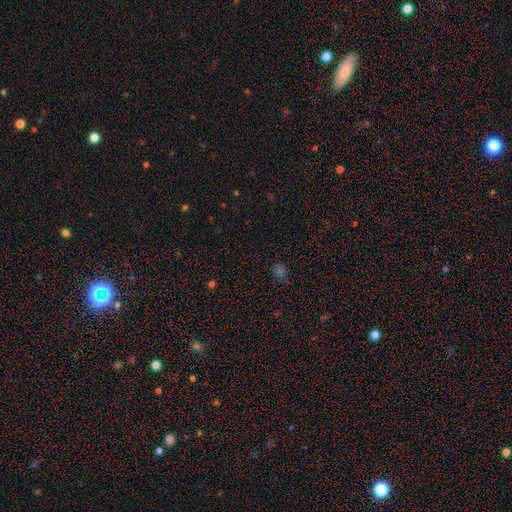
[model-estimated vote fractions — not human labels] Smooth or featured?
  - star or artifact: 53% *
  - smooth: 40%
  - featured or disk: 7%